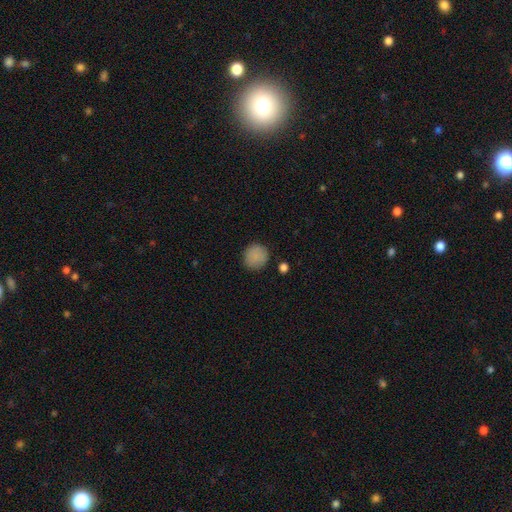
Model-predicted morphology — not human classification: Q: Smooth or featured?
A: smooth (87%); runner-up: star or artifact (8%)
Q: How rounded?
A: round (90%); runner-up: in between (9%)
Q: Merging?
A: none (86%); runner-up: minor disturbance (9%)